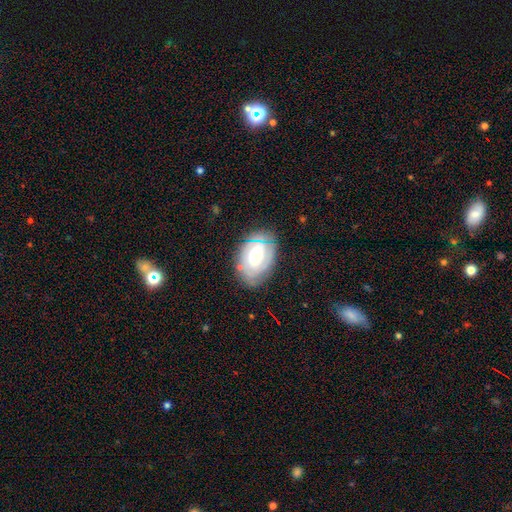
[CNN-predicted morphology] Q: Smooth or featured?
A: featured or disk (62%); runner-up: smooth (30%)
Q: Edge-on disk?
A: no (94%); runner-up: yes (6%)
Q: Bar?
A: no (60%); runner-up: weak (32%)
Q: Spiral arms?
A: yes (74%); runner-up: no (26%)
Q: Bulge size?
A: moderate (61%); runner-up: small (29%)
Q: Merging?
A: none (74%); runner-up: minor disturbance (19%)